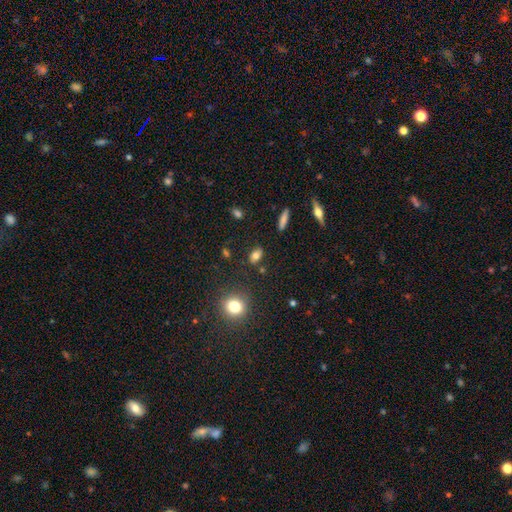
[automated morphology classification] type=smooth (75%); roundness=in between (81%); merging=none (79%).